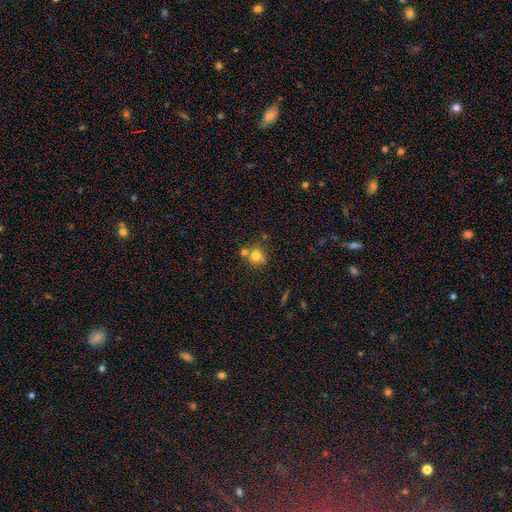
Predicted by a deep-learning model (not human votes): smooth_or_featured: smooth (p=0.76) [alt: featured or disk p=0.12]
how_rounded: round (p=0.83) [alt: in between p=0.16]
merging: none (p=0.56) [alt: merger p=0.28]